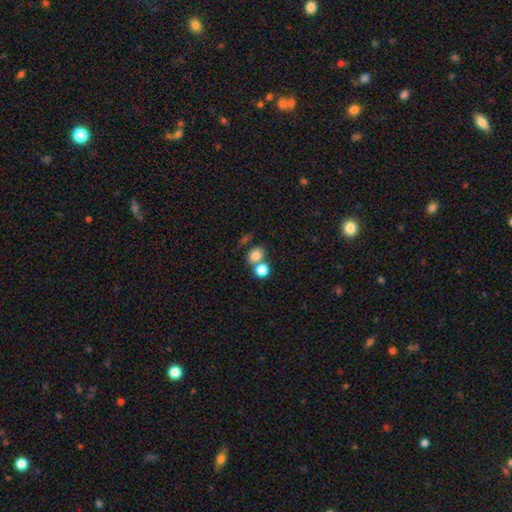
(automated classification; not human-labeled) Overall: smooth (80%). How rounded: round (57%; in between 42%). Merging: none (49%; merger 38%).